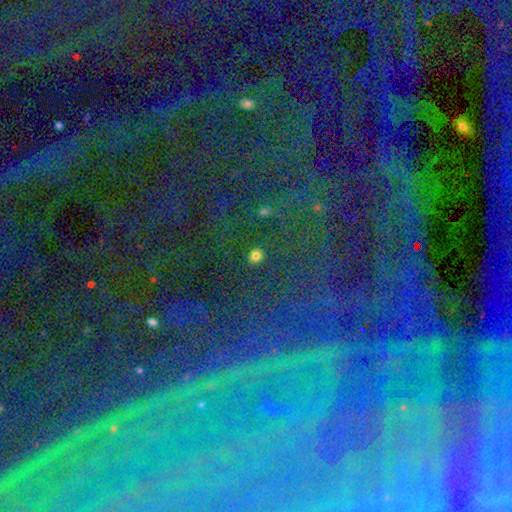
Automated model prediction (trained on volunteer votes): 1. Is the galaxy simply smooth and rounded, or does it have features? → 73% smooth, 21% star or artifact, 5% featured or disk.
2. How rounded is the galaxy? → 83% round, 16% in between, 1% cigar-shaped.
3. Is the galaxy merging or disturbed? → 87% none, 7% minor disturbance, 3% merger, 3% major disturbance.